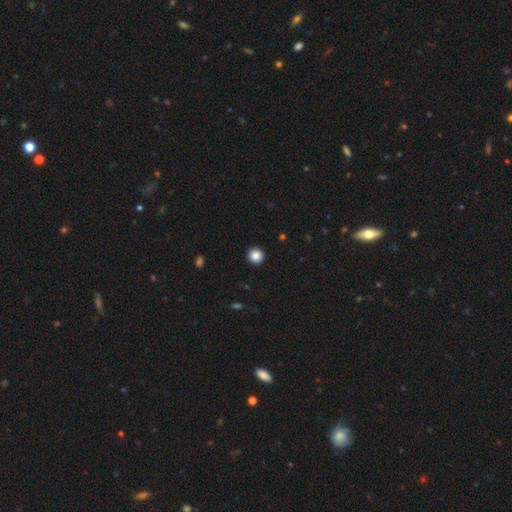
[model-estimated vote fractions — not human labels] Smooth or featured: smooth — 87% (star or artifact — 10%)
How rounded: round — 94% (in between — 5%)
Merging: none — 93% (minor disturbance — 4%)